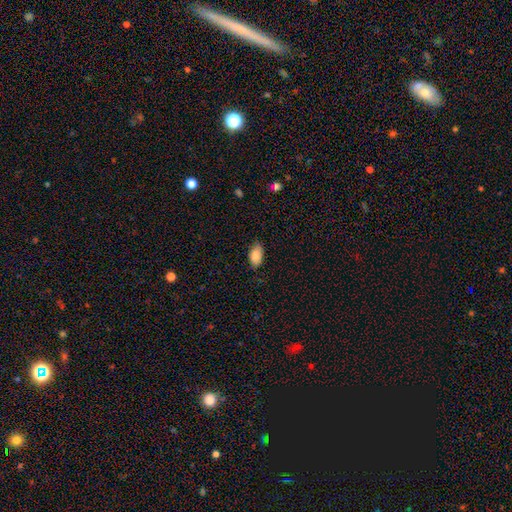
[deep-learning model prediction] Smooth or featured: smooth — 88% (star or artifact — 7%)
How rounded: in between — 93% (round — 4%)
Merging: none — 77% (minor disturbance — 19%)